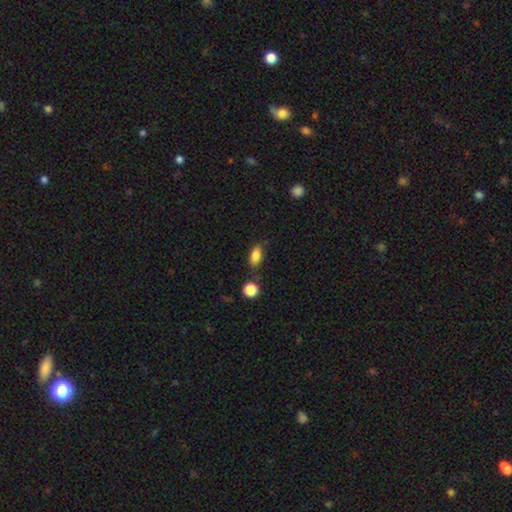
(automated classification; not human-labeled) Smooth or featured?
  - smooth: 84% *
  - star or artifact: 9%
  - featured or disk: 7%
How rounded?
  - in between: 85% *
  - round: 8%
  - cigar-shaped: 7%
Merging?
  - none: 72% *
  - minor disturbance: 19%
  - merger: 5%
  - major disturbance: 5%